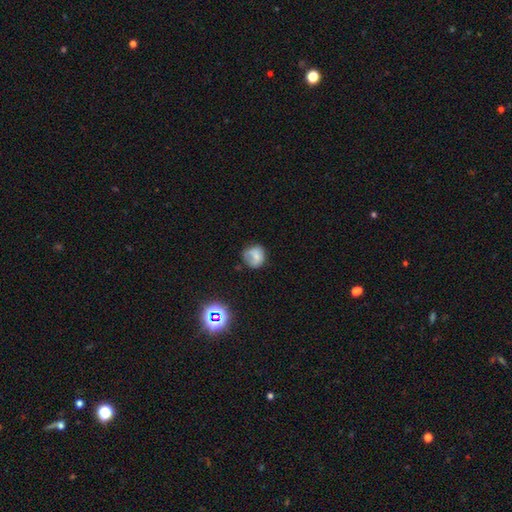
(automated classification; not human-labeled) smooth_or_featured: smooth (p=0.68) [alt: featured or disk p=0.19]
how_rounded: round (p=0.77) [alt: in between p=0.22]
merging: none (p=0.55) [alt: minor disturbance p=0.28]